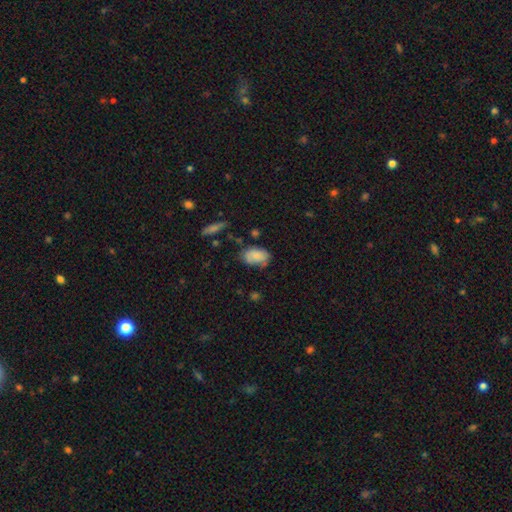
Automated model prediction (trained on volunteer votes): A smooth galaxy with no disk features (76%) that is in between round and cigar-shaped (89%).

Vote fractions:
- Smooth or featured? smooth: 76% / featured or disk: 16% / star or artifact: 8%
- How rounded? in between: 89% / round: 9% / cigar-shaped: 2%
- Merging? none: 59% / minor disturbance: 29% / major disturbance: 8% / merger: 5%